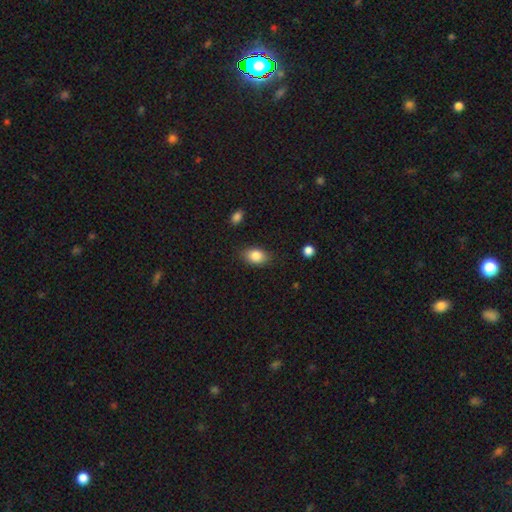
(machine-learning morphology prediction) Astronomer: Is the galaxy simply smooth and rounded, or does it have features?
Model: smooth — 85%.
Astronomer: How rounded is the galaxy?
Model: in between — 82%.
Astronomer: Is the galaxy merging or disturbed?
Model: none — 82%.